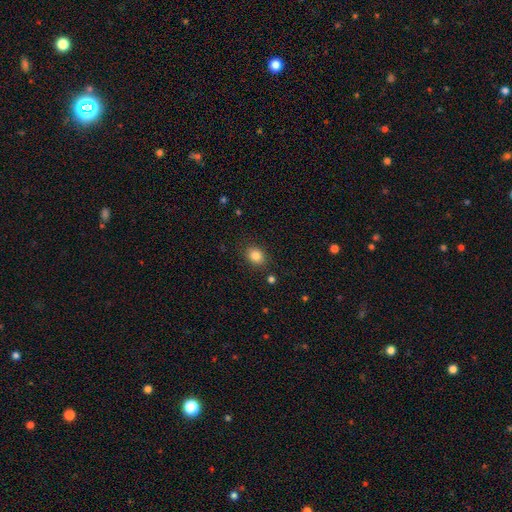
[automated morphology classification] This appears to be a smooth galaxy with no disk features (84%) that is in between round and cigar-shaped (58%). Merging: none (86%).